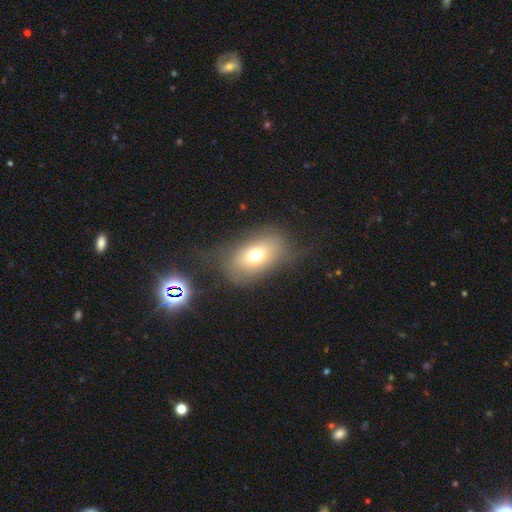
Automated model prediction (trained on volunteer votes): Smooth or featured? smooth (69%)
How rounded? in between (79%)
Merging? none (59%)